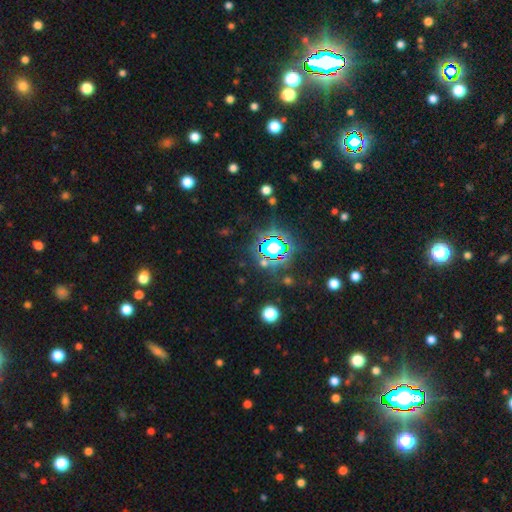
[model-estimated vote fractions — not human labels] This appears to be a star or artifact, not a galaxy (81%).